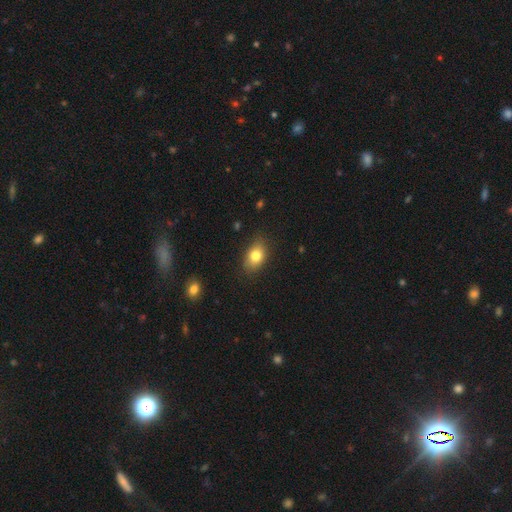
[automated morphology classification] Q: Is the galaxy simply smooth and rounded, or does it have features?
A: smooth — 79%.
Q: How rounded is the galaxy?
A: in between — 80%.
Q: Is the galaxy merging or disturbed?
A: none — 81%.